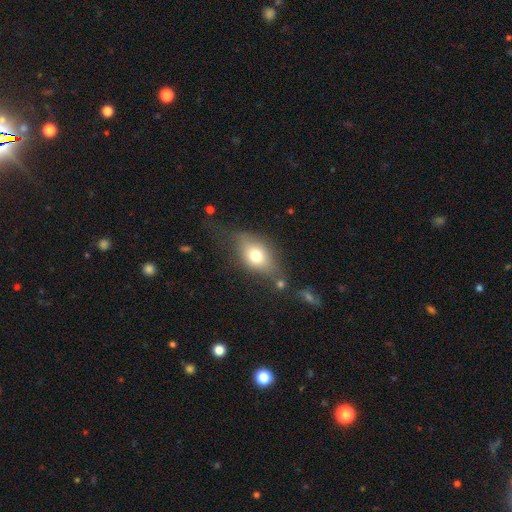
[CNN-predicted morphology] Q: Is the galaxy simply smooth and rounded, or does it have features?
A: smooth — 70%.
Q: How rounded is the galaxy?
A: in between — 78%.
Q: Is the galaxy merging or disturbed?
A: none — 55%.